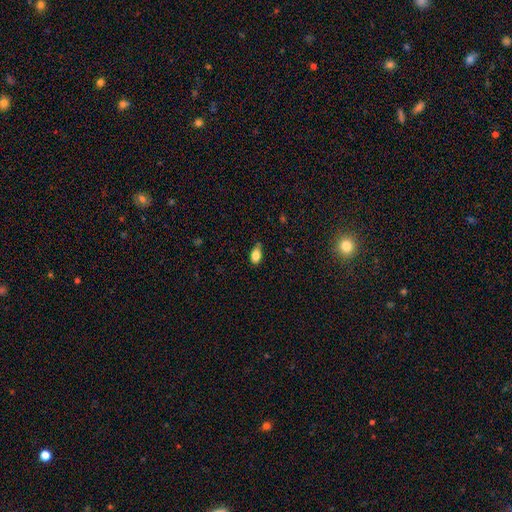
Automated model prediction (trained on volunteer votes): Smooth or featured: smooth — 83% (star or artifact — 9%)
How rounded: in between — 84% (round — 13%)
Merging: none — 55% (minor disturbance — 37%)